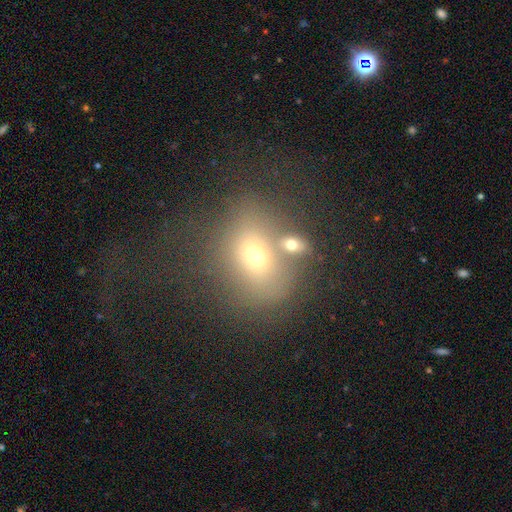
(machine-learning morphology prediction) Q: Smooth or featured?
A: smooth (59%); runner-up: featured or disk (23%)
Q: How rounded?
A: round (52%); runner-up: in between (46%)
Q: Merging?
A: none (39%); runner-up: merger (24%)